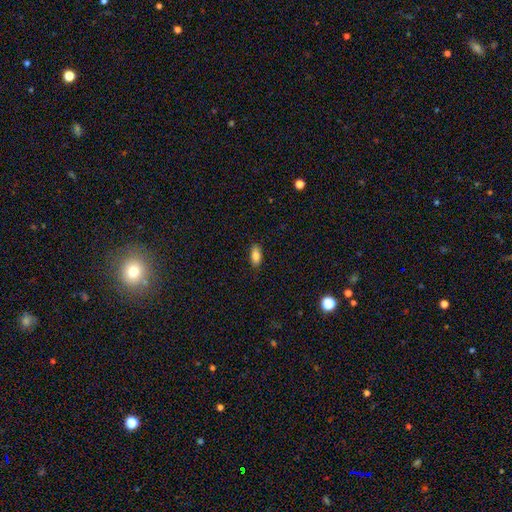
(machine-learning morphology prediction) smooth 85%, star or artifact 8%, featured or disk 7%. Down the decision tree: how rounded — in between (89%); merging — none (86%).